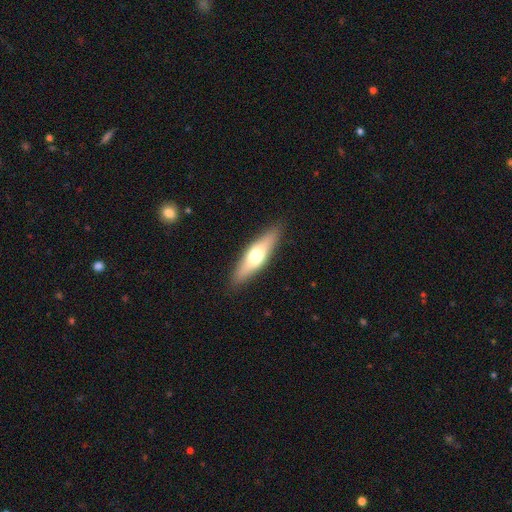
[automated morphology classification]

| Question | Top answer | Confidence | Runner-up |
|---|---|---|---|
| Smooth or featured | smooth | 52% | featured or disk (43%) |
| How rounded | cigar-shaped | 60% | in between (38%) |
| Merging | none | 88% | minor disturbance (9%) |